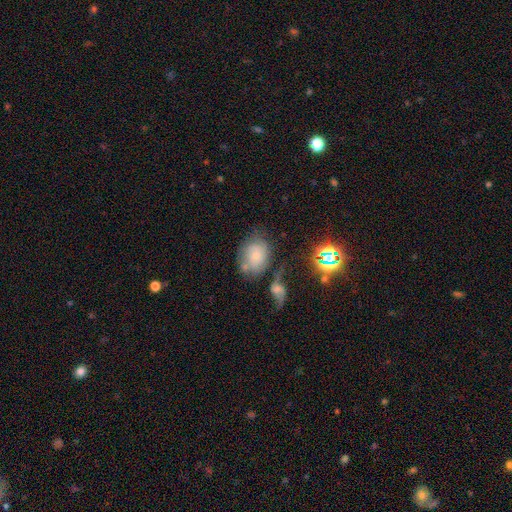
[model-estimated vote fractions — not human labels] A smooth galaxy with no disk features (53%) that is in between round and cigar-shaped (54%).

Vote fractions:
- Smooth or featured? smooth: 53% / featured or disk: 33% / star or artifact: 14%
- How rounded? in between: 54% / round: 45% / cigar-shaped: 1%
- Merging? none: 44% / minor disturbance: 22% / merger: 21% / major disturbance: 13%